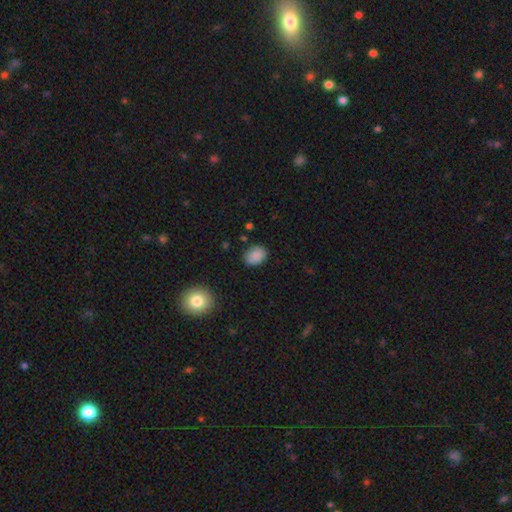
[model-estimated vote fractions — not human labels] Smooth or featured? Predicted: smooth (p=0.87). How rounded? Predicted: in between (p=0.63). Merging? Predicted: none (p=0.81).